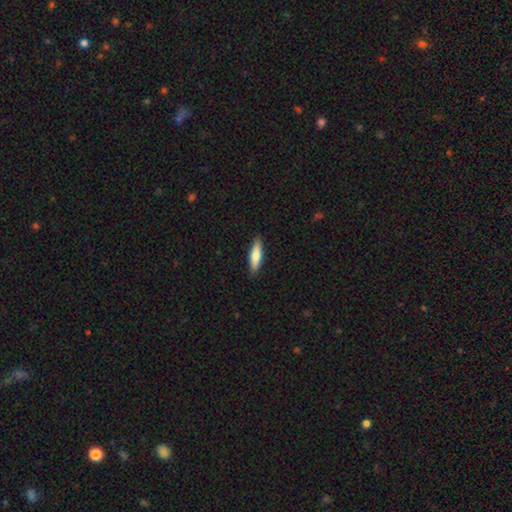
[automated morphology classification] smooth-or-featured: smooth: 71% | featured or disk: 23% | star or artifact: 5%
  how-rounded: cigar-shaped: 67% | in between: 31% | round: 2%
  merging: none: 89% | minor disturbance: 8% | major disturbance: 2% | merger: 1%